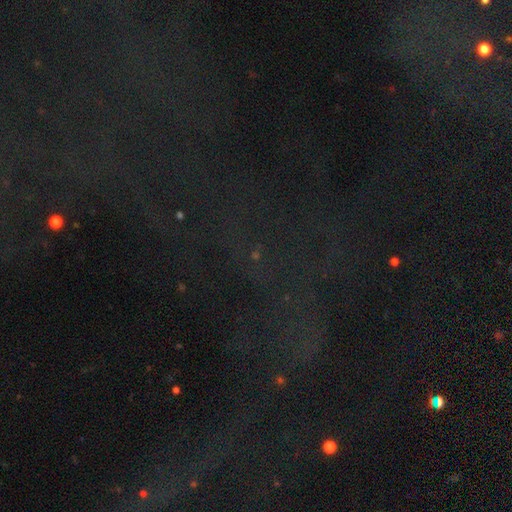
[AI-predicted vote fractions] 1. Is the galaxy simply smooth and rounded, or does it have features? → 73% star or artifact, 14% smooth, 13% featured or disk.